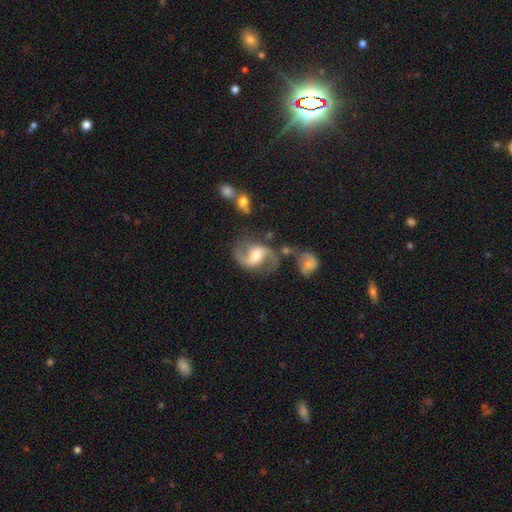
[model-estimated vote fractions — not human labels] smooth-or-featured: featured or disk: 88% | smooth: 7% | star or artifact: 5%
  disk-edge-on: no: 98% | yes: 2%
    bar: weak: 44% | no: 29% | strong: 27%
    has-spiral-arms: yes: 97% | no: 3%
      spiral-winding: loose: 47% | medium: 45% | tight: 8%
      spiral-arm-count: 2: 93% | 1: 2% | can't tell: 2% | 3: 1% | 4: 1% | more than 4: 1%
    bulge-size: moderate: 66% | small: 24% | large: 7% | none: 2% | dominant: 1%
  merging: none: 65% | minor disturbance: 16% | merger: 11% | major disturbance: 8%